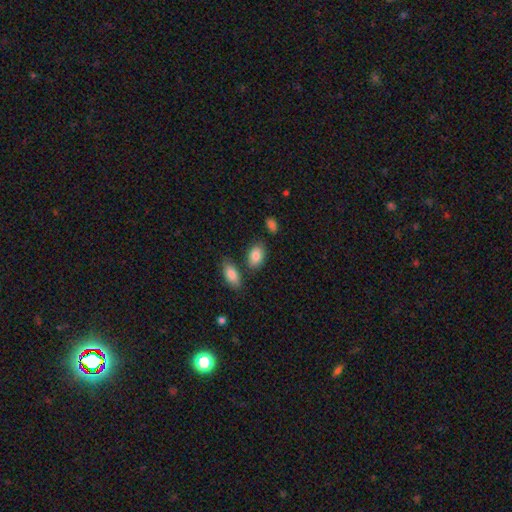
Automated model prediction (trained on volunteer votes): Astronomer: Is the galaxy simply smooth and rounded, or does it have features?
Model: smooth — 85%.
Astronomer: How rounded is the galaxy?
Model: in between — 90%.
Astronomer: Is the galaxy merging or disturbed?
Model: none — 74%.